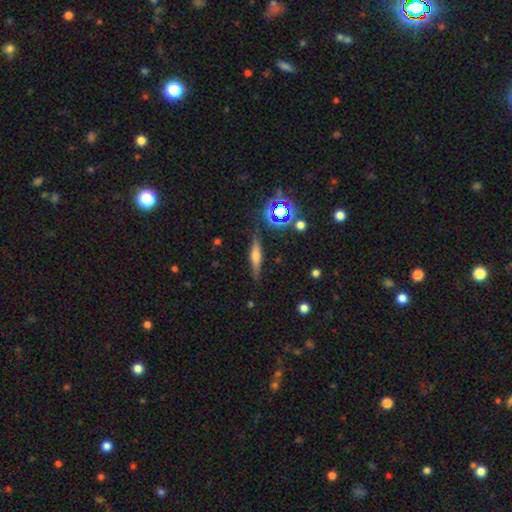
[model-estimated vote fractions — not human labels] Smooth or featured: featured or disk — 44% (smooth — 42%)
Merging: none — 83% (minor disturbance — 11%)